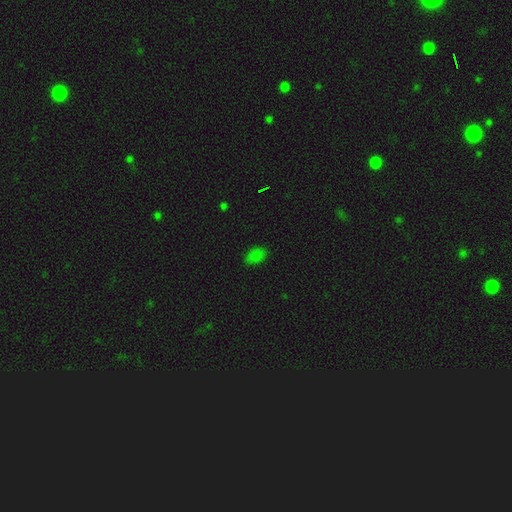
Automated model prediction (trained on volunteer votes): This appears to be a smooth galaxy with no disk features (78%) that is in between round and cigar-shaped (87%). Merging: none (81%).